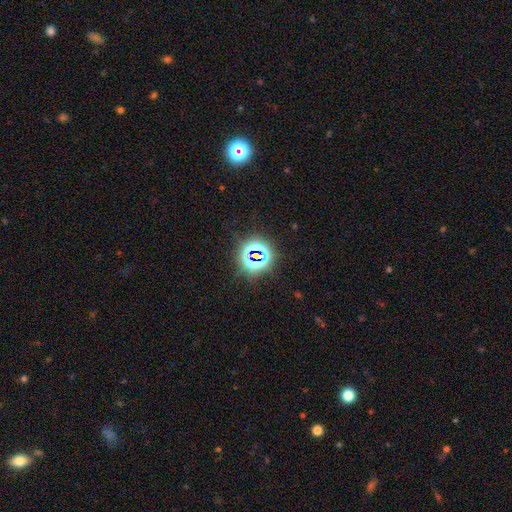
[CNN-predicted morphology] Smooth or featured? star or artifact (72%)